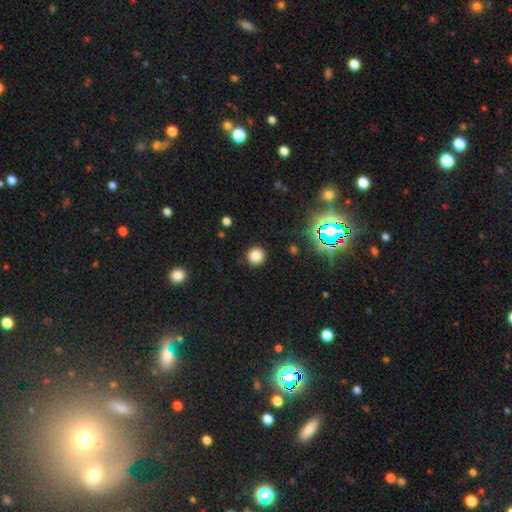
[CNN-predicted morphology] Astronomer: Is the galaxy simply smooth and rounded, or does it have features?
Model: smooth — 81%.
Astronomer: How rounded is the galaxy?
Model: round — 93%.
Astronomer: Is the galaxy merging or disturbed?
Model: none — 90%.